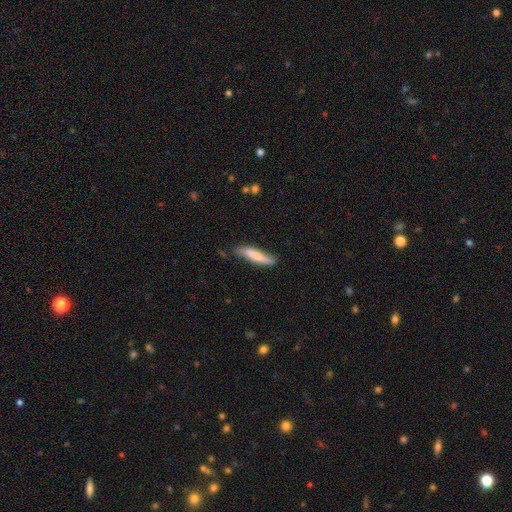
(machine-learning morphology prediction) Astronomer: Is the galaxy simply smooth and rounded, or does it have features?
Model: smooth — 71%.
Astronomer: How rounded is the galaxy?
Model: cigar-shaped — 86%.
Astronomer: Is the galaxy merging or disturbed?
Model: none — 63%.